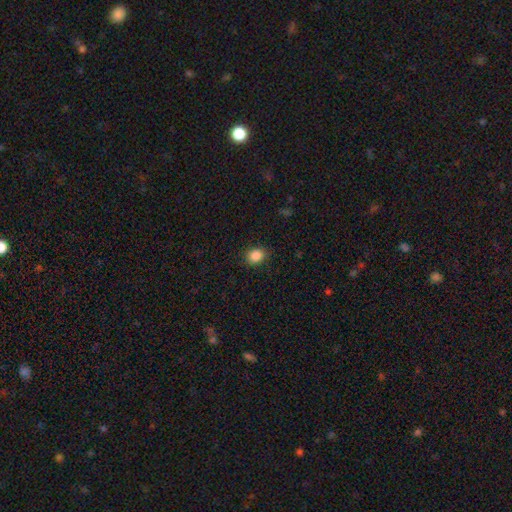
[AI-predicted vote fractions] A smooth galaxy with no disk features (86%) that is round (60%).

Vote fractions:
- Smooth or featured? smooth: 86% / star or artifact: 10% / featured or disk: 4%
- How rounded? round: 60% / in between: 39% / cigar-shaped: 1%
- Merging? none: 88% / minor disturbance: 9% / major disturbance: 2% / merger: 1%